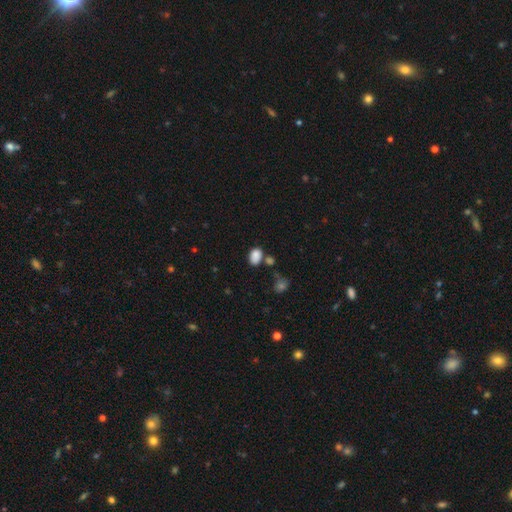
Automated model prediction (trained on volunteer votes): Overall: smooth (84%). How rounded: in between (80%). Merging: none (60%).